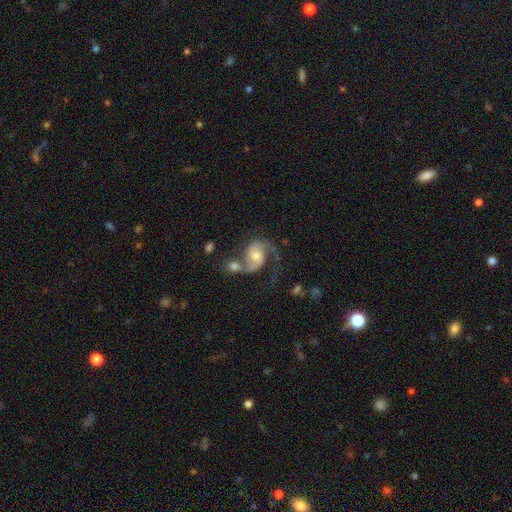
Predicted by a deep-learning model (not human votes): A featured or disk galaxy (85%) with no bar (59%), 2 (82%) medium (48%) spiral arms (96%) and a moderate central bulge (56%). Merging: none (37%).